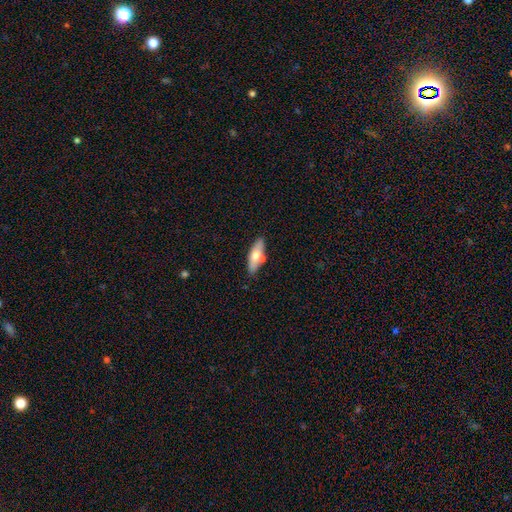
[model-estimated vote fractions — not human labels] smooth_or_featured: smooth (p=0.61) [alt: featured or disk p=0.34]
how_rounded: in between (p=0.64) [alt: cigar-shaped p=0.33]
merging: none (p=0.71) [alt: minor disturbance p=0.14]